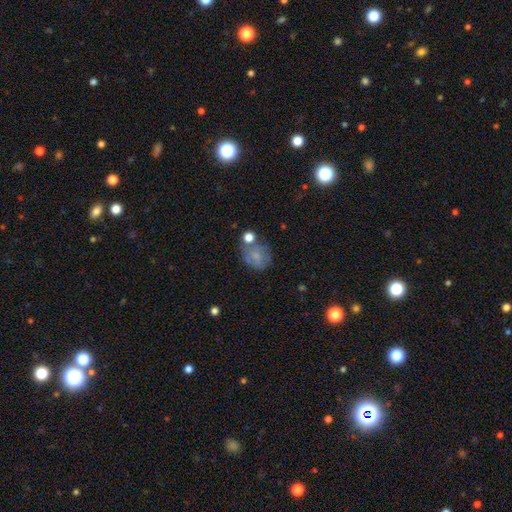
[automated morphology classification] Smooth or featured: smooth — 62% (featured or disk — 25%)
How rounded: round — 64% (in between — 35%)
Merging: none — 48% (minor disturbance — 22%)